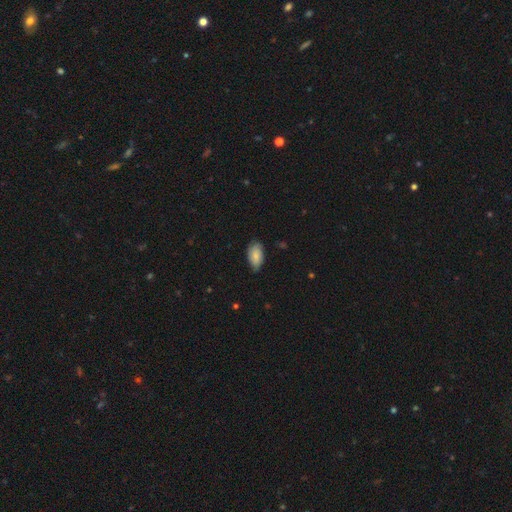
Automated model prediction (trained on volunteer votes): Q: Smooth or featured?
A: smooth (72%); runner-up: featured or disk (21%)
Q: How rounded?
A: in between (93%); runner-up: round (5%)
Q: Merging?
A: none (64%); runner-up: minor disturbance (30%)